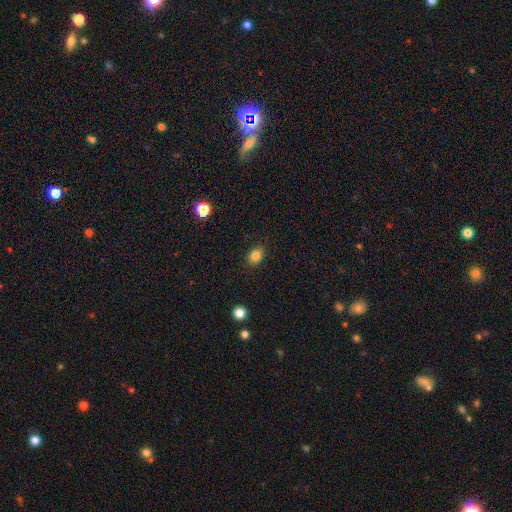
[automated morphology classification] Q: Smooth or featured?
A: smooth (83%); runner-up: star or artifact (11%)
Q: How rounded?
A: in between (52%); runner-up: round (47%)
Q: Merging?
A: none (87%); runner-up: minor disturbance (9%)